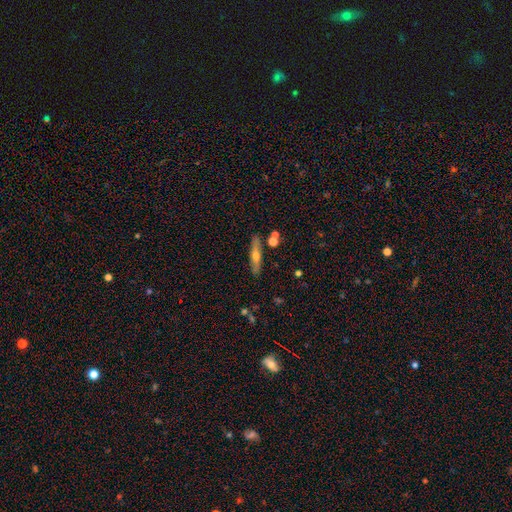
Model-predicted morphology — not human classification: smooth_or_featured: featured or disk (p=0.49) [alt: smooth p=0.44]
merging: none (p=0.84) [alt: minor disturbance p=0.10]